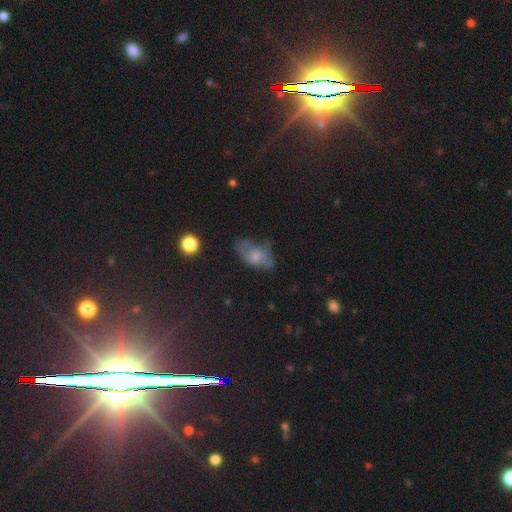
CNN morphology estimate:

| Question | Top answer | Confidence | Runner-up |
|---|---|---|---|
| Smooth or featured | smooth | 52% | featured or disk (33%) |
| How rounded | in between | 89% | round (8%) |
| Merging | none | 44% | minor disturbance (30%) |